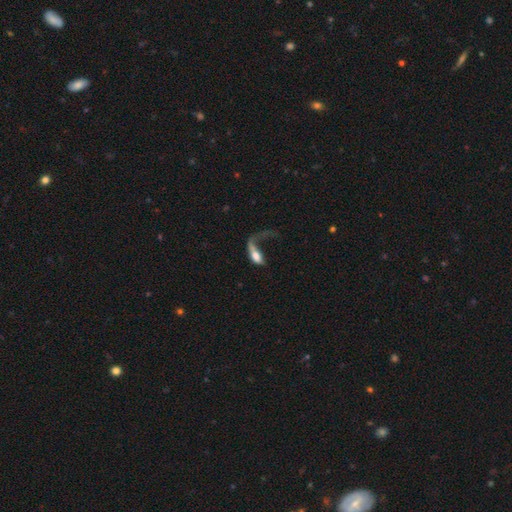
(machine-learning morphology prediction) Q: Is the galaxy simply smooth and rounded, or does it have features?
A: smooth — 49%.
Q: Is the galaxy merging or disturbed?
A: major disturbance — 62%.